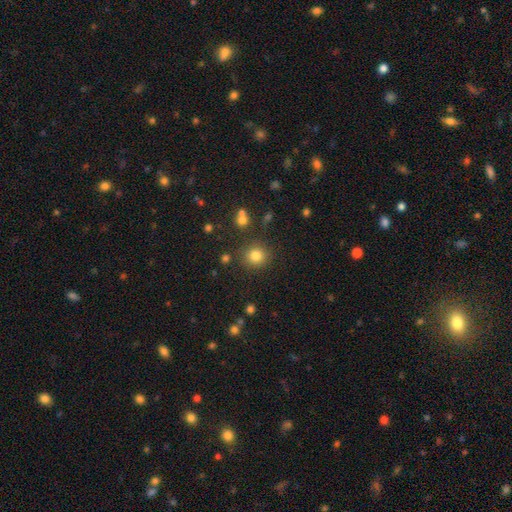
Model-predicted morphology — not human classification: type=smooth (81%); roundness=round (91%); merging=none (86%).